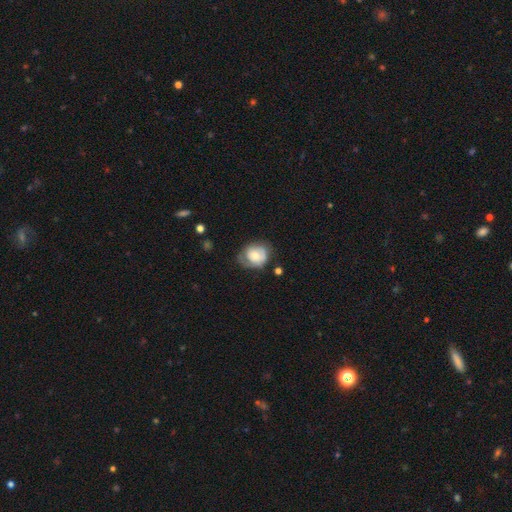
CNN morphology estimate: This appears to be a smooth galaxy with no disk features (57%) that is round (65%). Merging: none (50%).